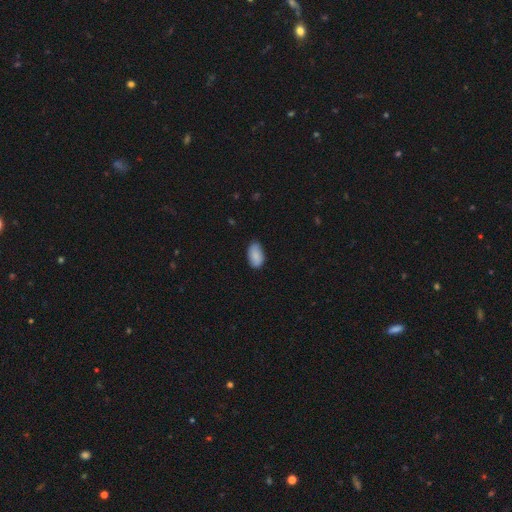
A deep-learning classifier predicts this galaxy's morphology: A smooth galaxy with no disk features (87%) that is in between round and cigar-shaped (94%). Merging: none (81%).